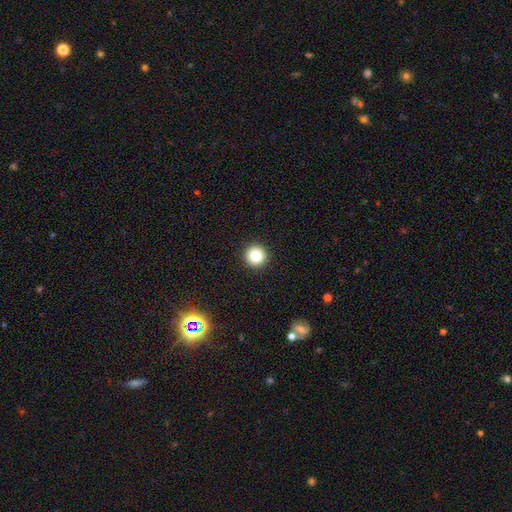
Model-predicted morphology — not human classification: Q: Smooth or featured?
A: smooth (82%); runner-up: star or artifact (11%)
Q: How rounded?
A: round (97%); runner-up: in between (3%)
Q: Merging?
A: none (94%); runner-up: minor disturbance (4%)